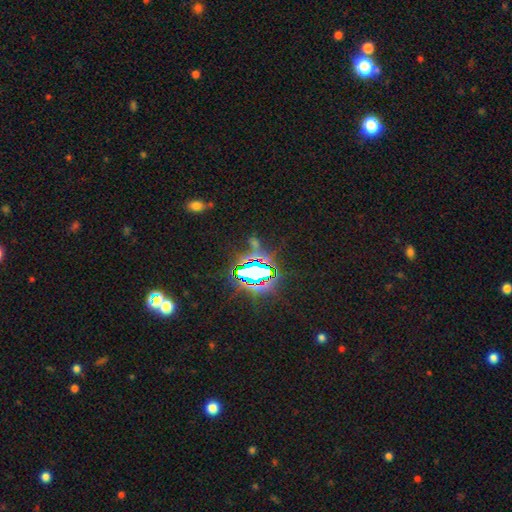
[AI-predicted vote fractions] Smooth or featured? Predicted: star or artifact (p=0.81).